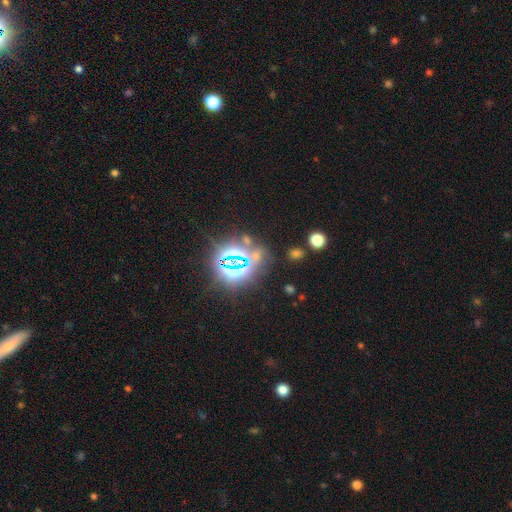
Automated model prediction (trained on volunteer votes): star or artifact 68%, smooth 24%, featured or disk 9%.